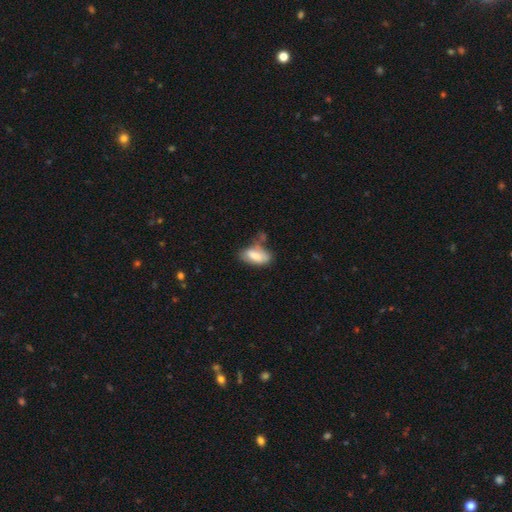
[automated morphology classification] Overall: smooth (75%). How rounded: in between (88%). Merging: none (45%; minor disturbance 30%).